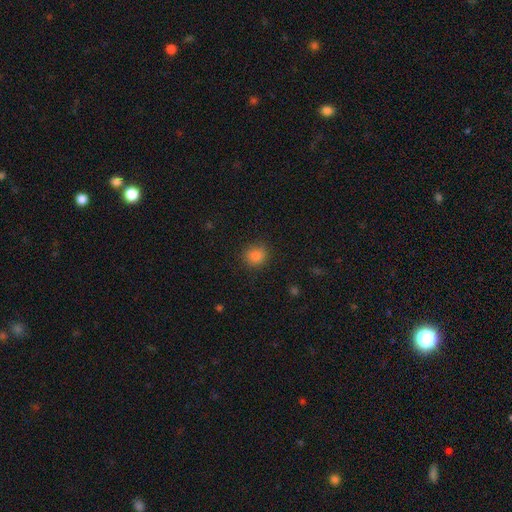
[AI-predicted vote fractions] Smooth or featured: smooth — 84% (star or artifact — 12%)
How rounded: round — 80% (in between — 19%)
Merging: none — 84% (minor disturbance — 11%)